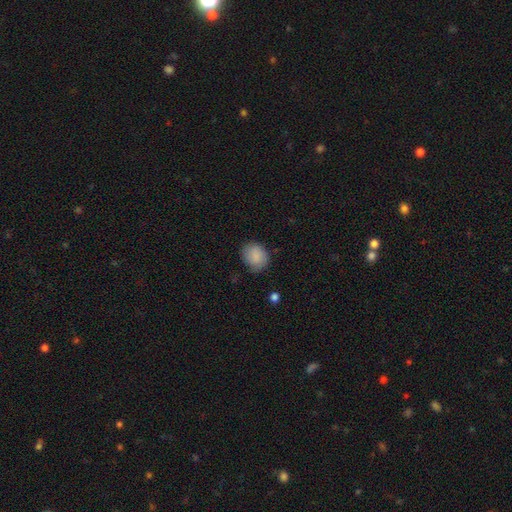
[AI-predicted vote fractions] smooth_or_featured: smooth (p=0.86) [alt: star or artifact p=0.07]
how_rounded: round (p=0.59) [alt: in between p=0.40]
merging: none (p=0.74) [alt: minor disturbance p=0.20]